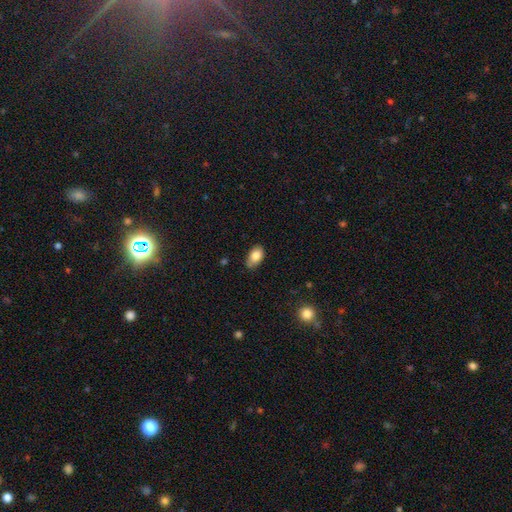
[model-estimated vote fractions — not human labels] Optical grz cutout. It shows a smooth galaxy with no disk features (84%) that is in between round and cigar-shaped (90%). Merging: none (69%).